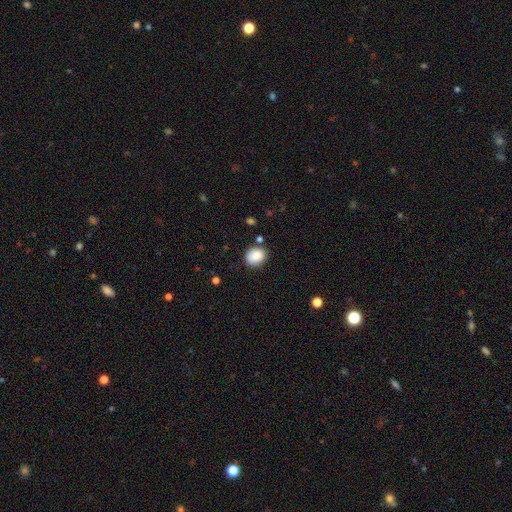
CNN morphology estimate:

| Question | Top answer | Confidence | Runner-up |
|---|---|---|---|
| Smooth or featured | smooth | 86% | star or artifact (8%) |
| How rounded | round | 66% | in between (33%) |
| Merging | none | 79% | minor disturbance (13%) |